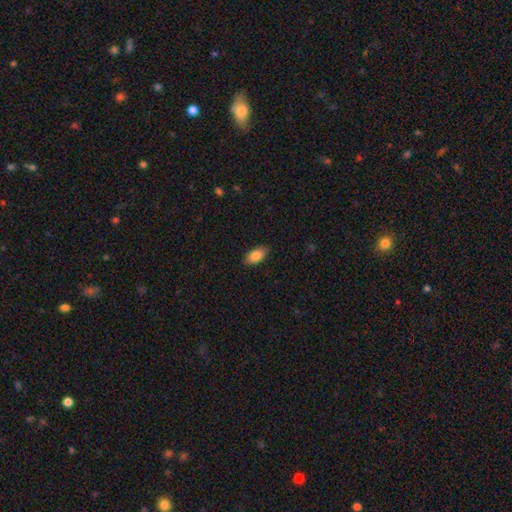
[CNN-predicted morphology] smooth 85%, featured or disk 8%, star or artifact 7%. Down the decision tree: how rounded — in between (91%); merging — none (85%).